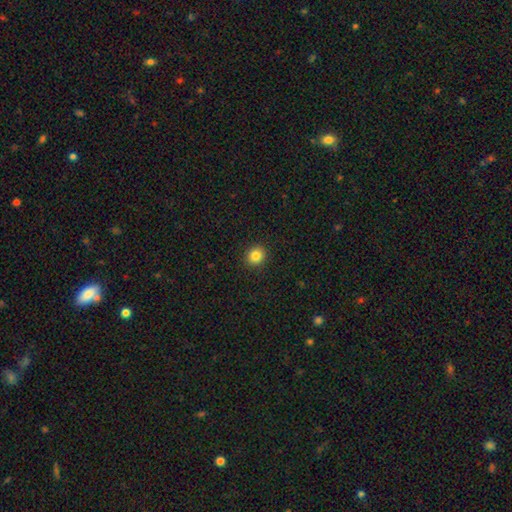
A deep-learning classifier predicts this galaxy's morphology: Q: Smooth or featured?
A: smooth (83%); runner-up: star or artifact (11%)
Q: How rounded?
A: round (82%); runner-up: in between (17%)
Q: Merging?
A: none (92%); runner-up: minor disturbance (6%)